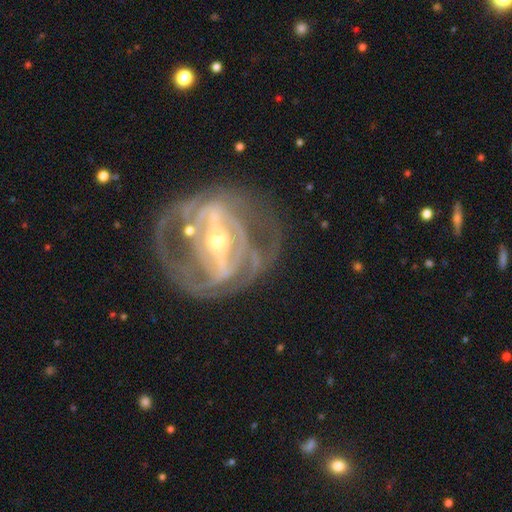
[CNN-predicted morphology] A featured or disk galaxy (88%) with a strong bar (74%), 2 (40%) tight (48%) spiral arms (85%) and a small central bulge (48%).

Vote fractions:
- Smooth or featured? featured or disk: 88% / star or artifact: 6% / smooth: 5%
- Edge-on disk? no: 93% / yes: 7%
- Bar? strong: 74% / weak: 18% / no: 8%
- Spiral arms? yes: 85% / no: 15%
- Spiral winding? tight: 48% / medium: 37% / loose: 14%
- Spiral arm count? 2: 40% / can't tell: 27% / 3: 16% / 4: 8% / 1: 5% / more than 4: 5%
- Bulge size? small: 48% / moderate: 46% / large: 4% / none: 1% / dominant: 1%
- Merging? none: 59% / major disturbance: 21% / minor disturbance: 17% / merger: 3%